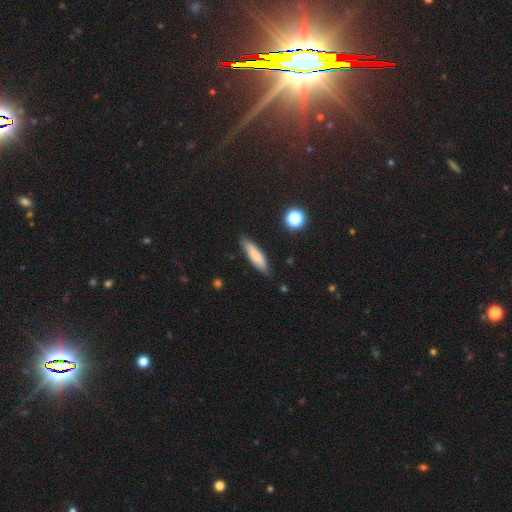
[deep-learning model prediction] Smooth or featured?
  - smooth: 76% *
  - featured or disk: 17%
  - star or artifact: 7%
How rounded?
  - cigar-shaped: 64% *
  - in between: 34%
  - round: 2%
Merging?
  - none: 81% *
  - minor disturbance: 15%
  - major disturbance: 3%
  - merger: 2%